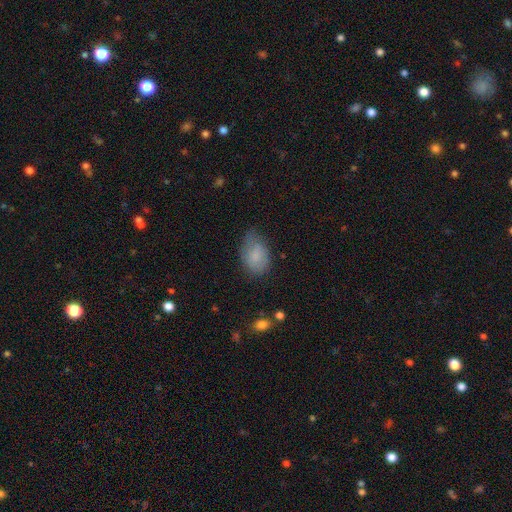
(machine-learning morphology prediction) smooth_or_featured: smooth (p=0.78) [alt: featured or disk p=0.14]
how_rounded: in between (p=0.87) [alt: round p=0.11]
merging: none (p=0.48) [alt: minor disturbance p=0.38]